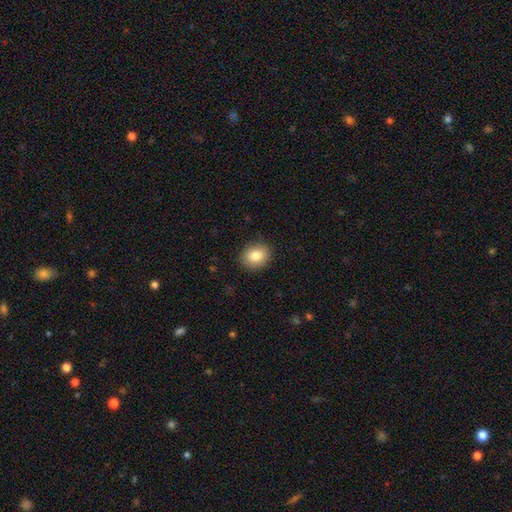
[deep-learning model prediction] Smooth or featured? smooth (83%)
How rounded? round (50%)
Merging? none (89%)